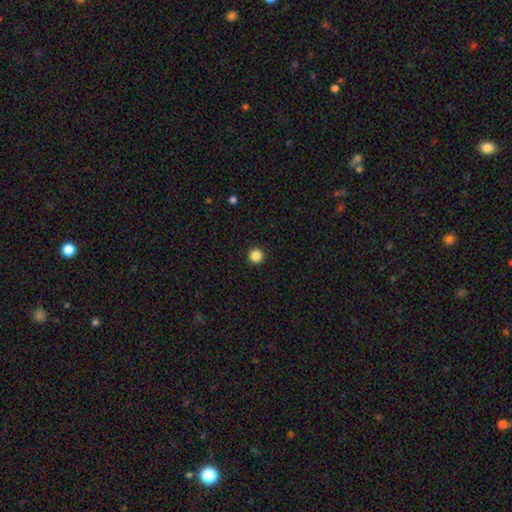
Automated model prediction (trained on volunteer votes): This appears to be a smooth galaxy with no disk features (86%) that is round (97%). Merging: none (94%).